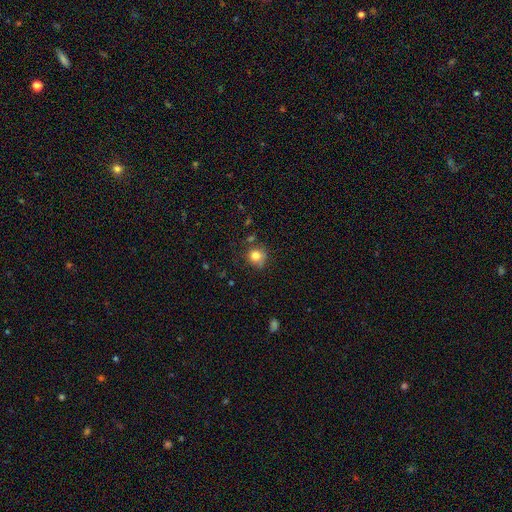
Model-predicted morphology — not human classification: Smooth or featured? Predicted: smooth (p=0.80). How rounded? Predicted: round (p=0.87). Merging? Predicted: none (p=0.68).